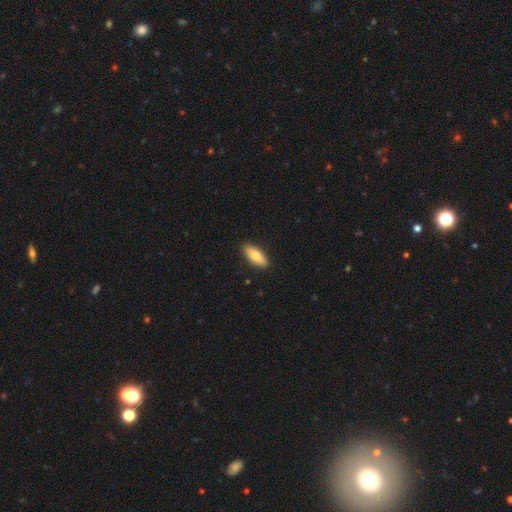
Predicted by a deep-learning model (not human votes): This is likely a smooth galaxy (79%). How rounded: likely in between (71%). Merging: clearly none (89%).